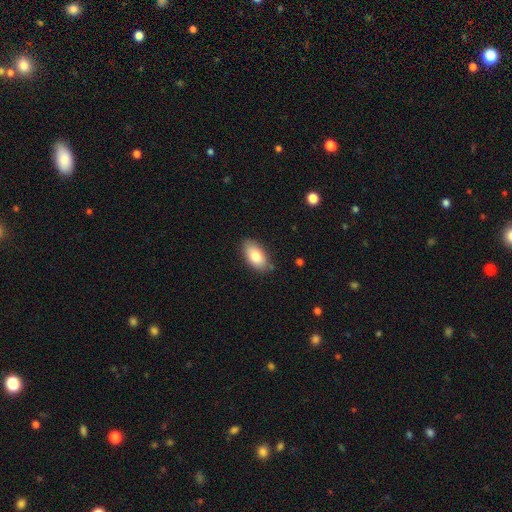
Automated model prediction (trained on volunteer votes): Smooth or featured? smooth (79%)
How rounded? in between (93%)
Merging? none (82%)